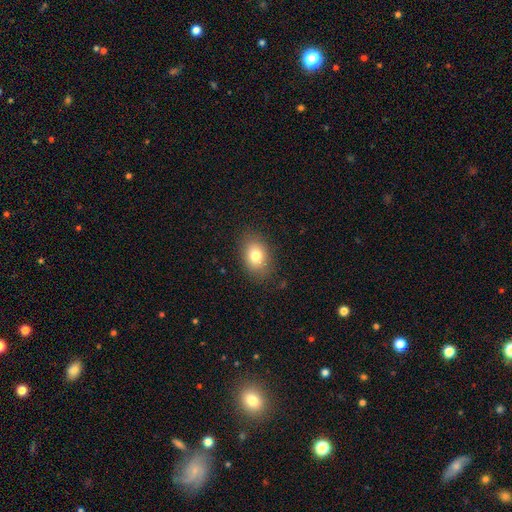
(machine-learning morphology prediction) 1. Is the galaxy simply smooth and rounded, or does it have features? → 79% smooth, 11% featured or disk, 10% star or artifact.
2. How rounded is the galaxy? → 75% in between, 24% round, 1% cigar-shaped.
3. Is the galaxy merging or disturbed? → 85% none, 11% minor disturbance, 3% major disturbance, 1% merger.